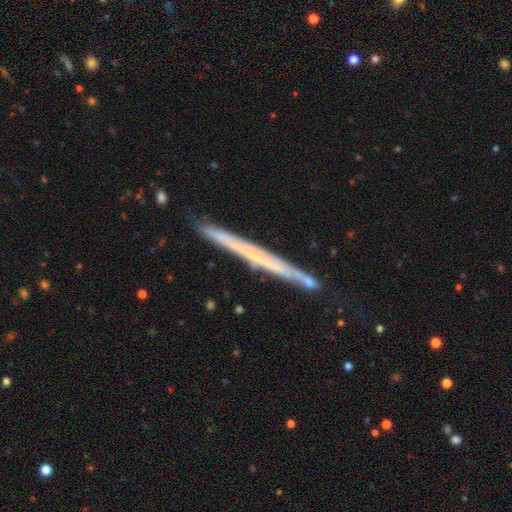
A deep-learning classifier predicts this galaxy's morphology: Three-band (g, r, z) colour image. It shows a featured or disk galaxy (62%) viewed edge-on (97%) with no central bulge (85%). Merging: none (87%).